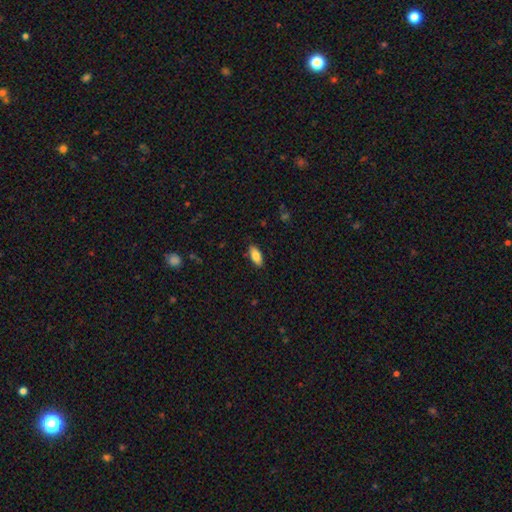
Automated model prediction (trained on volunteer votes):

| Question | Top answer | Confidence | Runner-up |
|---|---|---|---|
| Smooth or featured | smooth | 79% | featured or disk (14%) |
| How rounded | in between | 87% | cigar-shaped (11%) |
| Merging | none | 86% | minor disturbance (11%) |